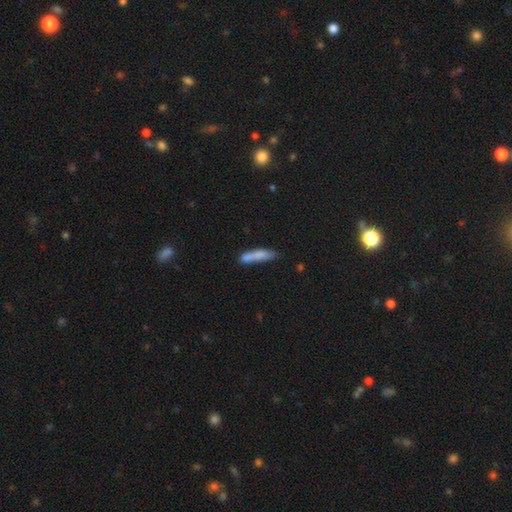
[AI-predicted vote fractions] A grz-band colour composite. It shows a smooth galaxy with no disk features (77%) that is cigar-shaped (82%). Merging: none (55%).